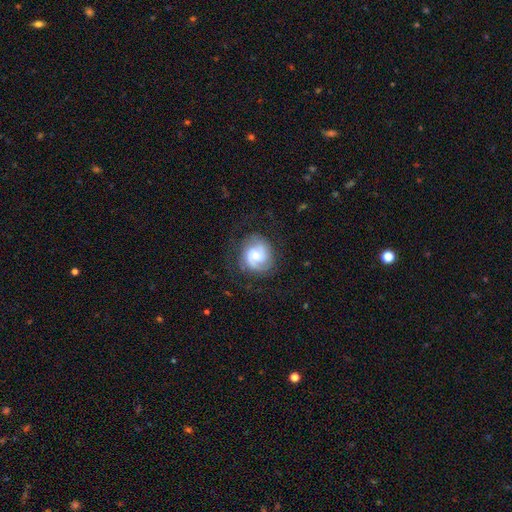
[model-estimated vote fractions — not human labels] Overall: featured or disk (71%). Edge-on disk: no (98%). Bar: no (51%; weak 40%). Spiral arms: yes (93%). Spiral arm count: 2 (66%). Spiral winding: medium (43%; tight 39%). Bulge size: small (48%; moderate 37%). Merging: none (69%).